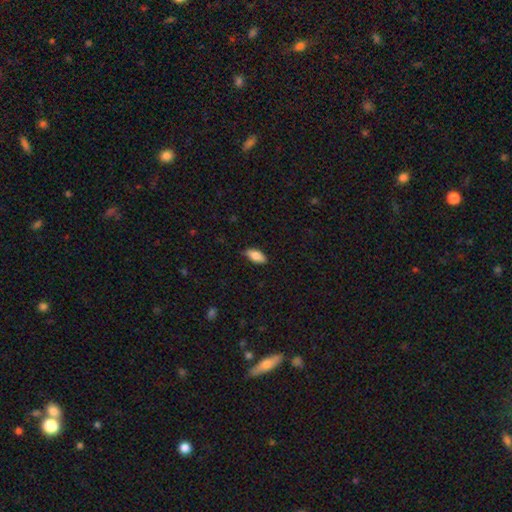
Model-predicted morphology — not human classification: smooth_or_featured: smooth (p=0.83) [alt: featured or disk p=0.10]
how_rounded: in between (p=0.87) [alt: cigar-shaped p=0.11]
merging: none (p=0.85) [alt: minor disturbance p=0.12]